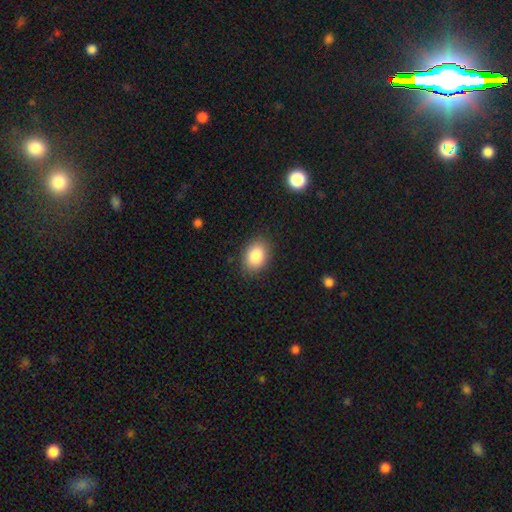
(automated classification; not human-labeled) smooth 86%, star or artifact 8%, featured or disk 6%. Down the decision tree: how rounded — in between (76%); merging — none (86%).